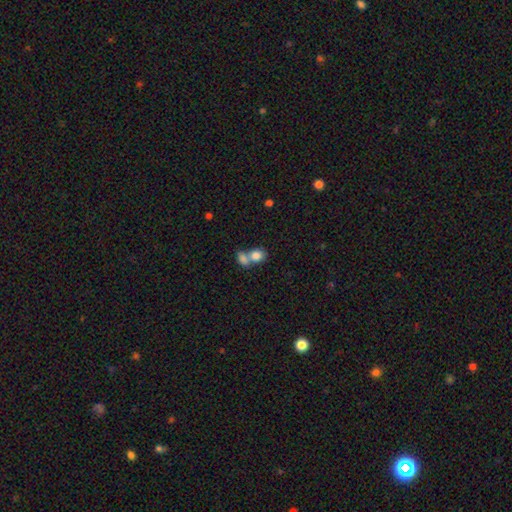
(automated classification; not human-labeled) Smooth or featured? smooth (82%)
How rounded? round (51%)
Merging? merger (62%)